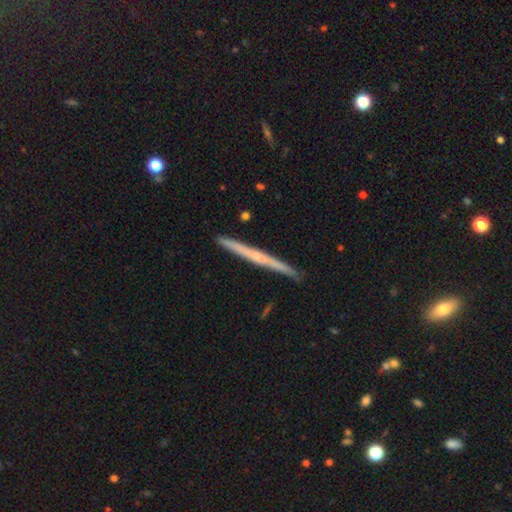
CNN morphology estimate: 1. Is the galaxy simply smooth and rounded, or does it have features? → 63% featured or disk, 31% smooth, 6% star or artifact.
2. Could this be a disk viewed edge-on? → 98% yes, 2% no.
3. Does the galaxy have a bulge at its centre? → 64% none, 30% rounded, 6% boxy.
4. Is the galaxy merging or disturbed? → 91% none, 6% minor disturbance, 1% major disturbance, 1% merger.